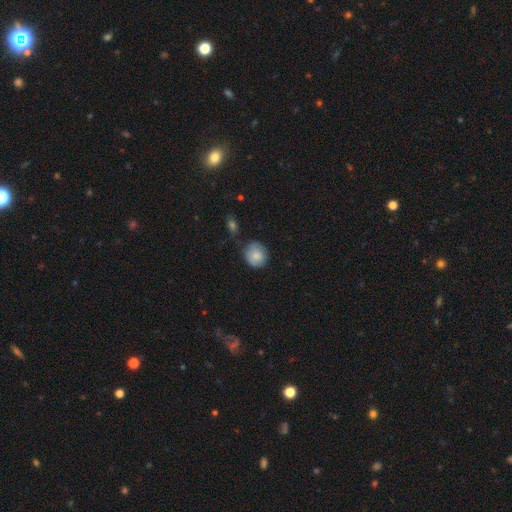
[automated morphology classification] smooth 83%, featured or disk 9%, star or artifact 8%. Down the decision tree: how rounded — round (82%); merging — none (66%).